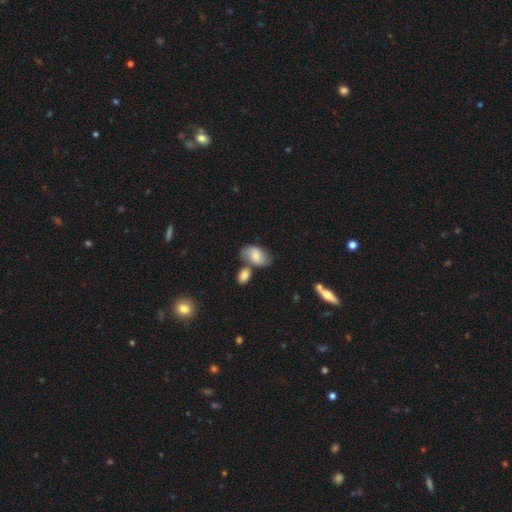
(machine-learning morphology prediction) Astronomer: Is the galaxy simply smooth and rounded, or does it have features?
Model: smooth — 64%.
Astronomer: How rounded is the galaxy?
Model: in between — 89%.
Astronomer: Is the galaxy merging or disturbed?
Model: none — 47% (runner-up: merger, 30%).